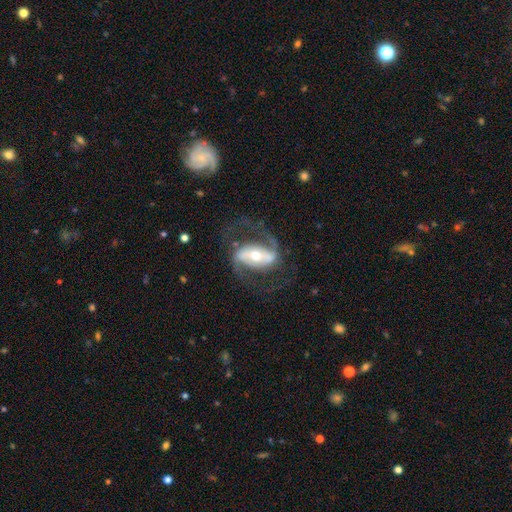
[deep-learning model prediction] featured or disk 88%, smooth 7%, star or artifact 5%. Down the decision tree: edge-on disk — no (96%); bar — strong (58%); spiral arms — yes (95%); spiral arm count — 2 (92%); spiral winding — medium (52%); bulge size — moderate (57%); merging — none (70%).